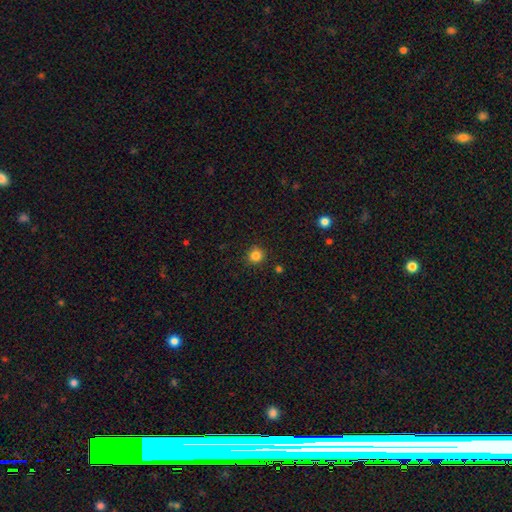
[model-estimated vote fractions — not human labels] Smooth or featured?
  - smooth: 84% *
  - star or artifact: 12%
  - featured or disk: 4%
How rounded?
  - round: 93% *
  - in between: 6%
  - cigar-shaped: 1%
Merging?
  - none: 90% *
  - minor disturbance: 6%
  - major disturbance: 2%
  - merger: 2%